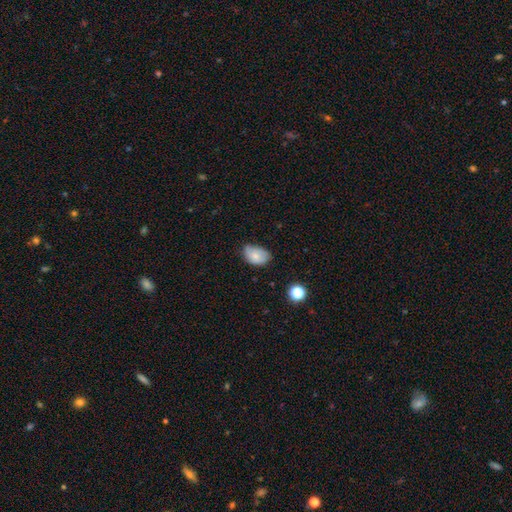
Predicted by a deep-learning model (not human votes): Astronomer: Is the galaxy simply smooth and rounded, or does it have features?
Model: smooth — 79%.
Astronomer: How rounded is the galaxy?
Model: in between — 85%.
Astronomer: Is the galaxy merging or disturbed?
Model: none — 56% (runner-up: minor disturbance, 36%).